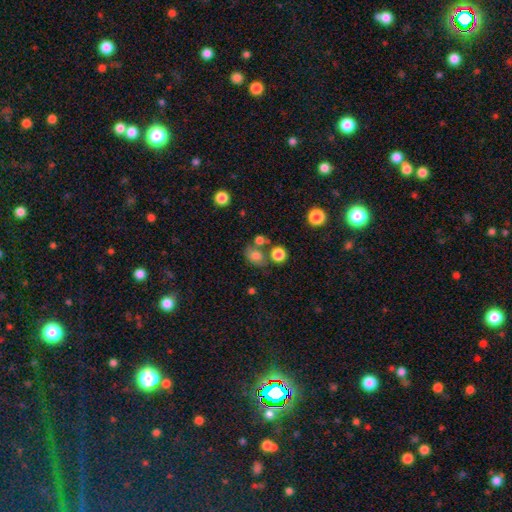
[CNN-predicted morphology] smooth_or_featured: smooth (p=0.73) [alt: star or artifact p=0.14]
how_rounded: in between (p=0.52) [alt: round p=0.47]
merging: none (p=0.52) [alt: merger p=0.23]